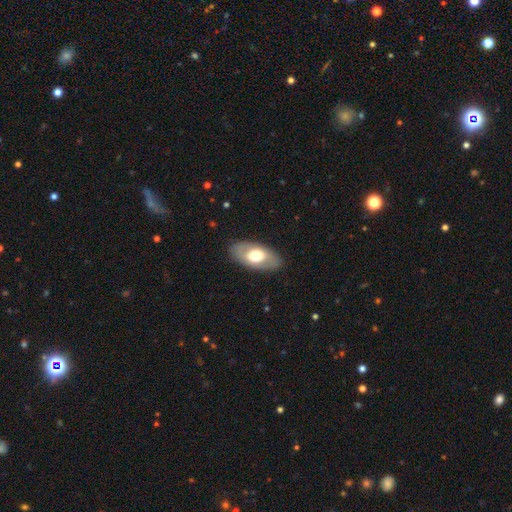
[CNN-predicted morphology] Smooth or featured: smooth — 55% (featured or disk — 39%)
How rounded: in between — 93% (round — 4%)
Merging: none — 86% (minor disturbance — 10%)